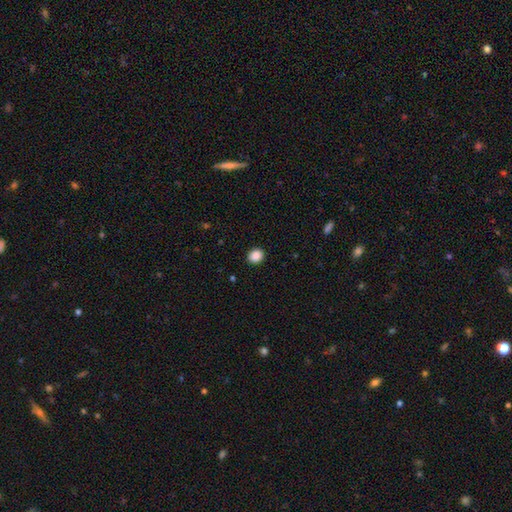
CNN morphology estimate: The model was most divided on "how rounded": round: 69%, in between: 30%, cigar-shaped: 1%. More confident: merging — none (92%); smooth or featured — smooth (88%).